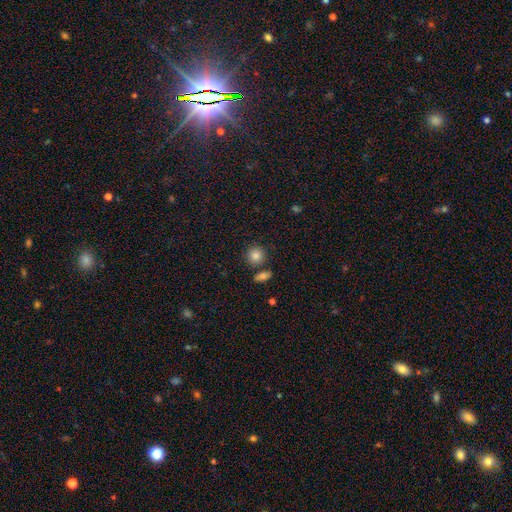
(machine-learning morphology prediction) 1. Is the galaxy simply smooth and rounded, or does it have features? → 85% smooth, 9% star or artifact, 6% featured or disk.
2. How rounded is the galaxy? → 88% round, 11% in between, 1% cigar-shaped.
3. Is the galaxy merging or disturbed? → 76% none, 12% merger, 9% minor disturbance, 3% major disturbance.